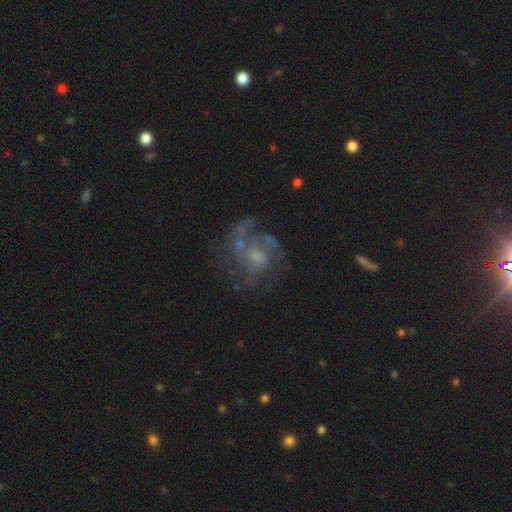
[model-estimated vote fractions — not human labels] Smooth or featured? featured or disk (79%)
Edge-on disk? no (98%)
Bar? no (58%)
Spiral arms? yes (87%)
Spiral winding? medium (49%)
Spiral arm count? 3 (28%)
Bulge size? small (50%)
Merging? none (56%)